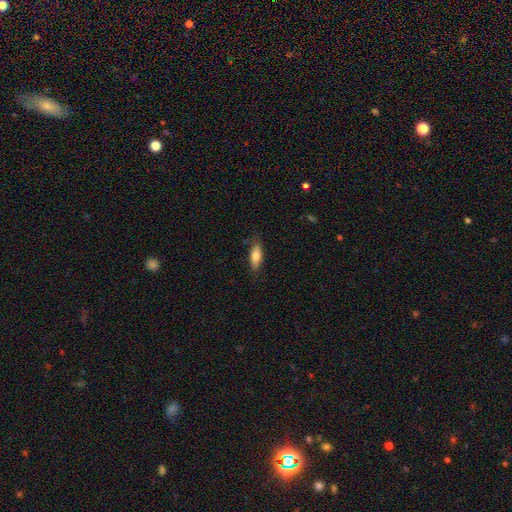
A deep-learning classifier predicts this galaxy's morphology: The model was most divided on "how rounded": in between: 61%, cigar-shaped: 37%, round: 2%. More confident: merging — none (79%); smooth or featured — smooth (76%).